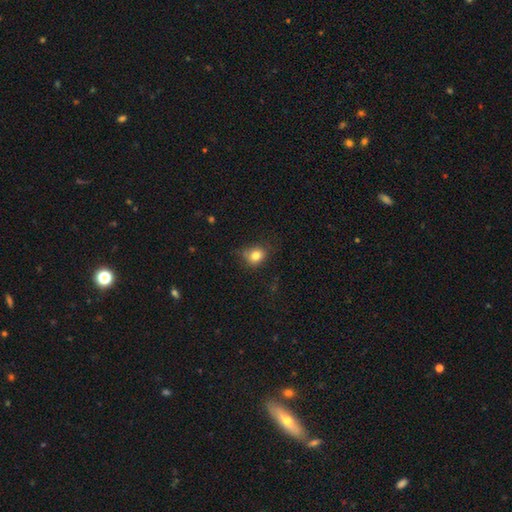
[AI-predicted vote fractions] smooth-or-featured: smooth: 80% | star or artifact: 12% | featured or disk: 8%
  how-rounded: round: 68% | in between: 31% | cigar-shaped: 1%
  merging: none: 69% | minor disturbance: 23% | major disturbance: 7% | merger: 2%